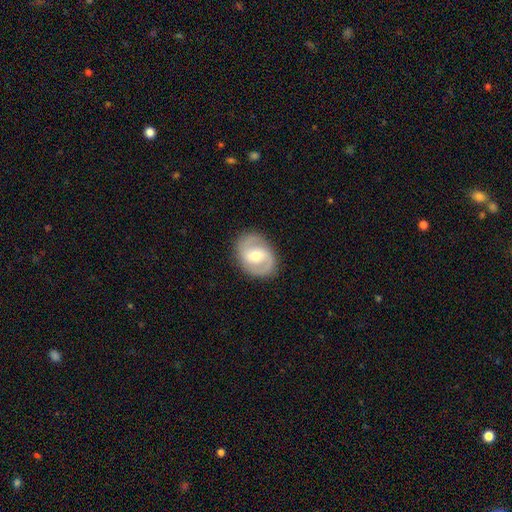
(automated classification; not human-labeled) Smooth or featured? Predicted: featured or disk (p=0.76). Edge-on disk? Predicted: no (p=0.97). Bar? Predicted: weak (p=0.49). Spiral arms? Predicted: yes (p=0.87). Spiral winding? Predicted: medium (p=0.51). Spiral arm count? Predicted: 2 (p=0.89). Bulge size? Predicted: moderate (p=0.66). Merging? Predicted: none (p=0.85).